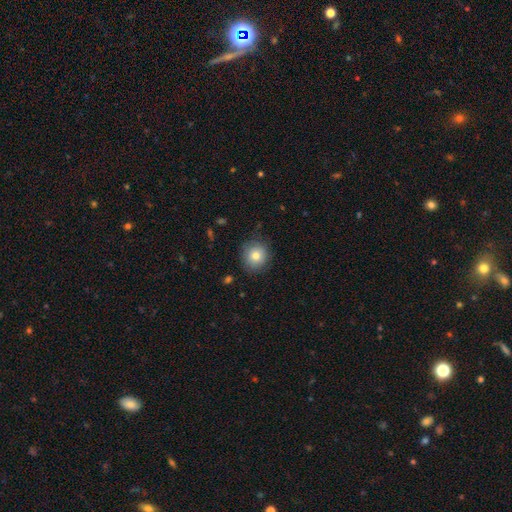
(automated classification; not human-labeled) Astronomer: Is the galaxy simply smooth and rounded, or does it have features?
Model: smooth — 79%.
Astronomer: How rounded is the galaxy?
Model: round — 86%.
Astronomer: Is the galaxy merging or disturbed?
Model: none — 84%.